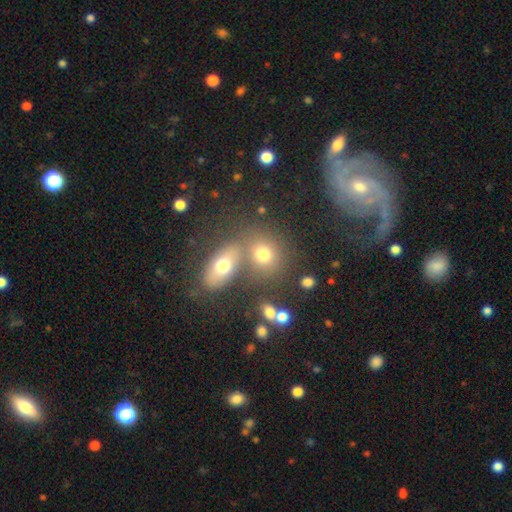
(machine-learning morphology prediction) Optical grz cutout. It shows a featured or disk galaxy (43%). Merging: none (51%).